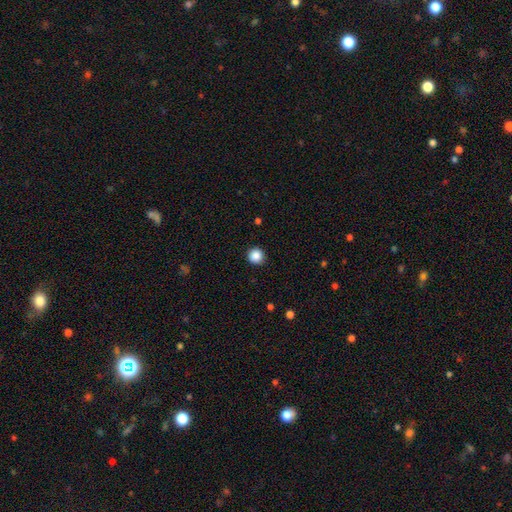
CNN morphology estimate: smooth-or-featured: smooth: 87% | star or artifact: 10% | featured or disk: 3%
  how-rounded: round: 95% | in between: 4% | cigar-shaped: 1%
  merging: none: 93% | minor disturbance: 5% | major disturbance: 2% | merger: 1%